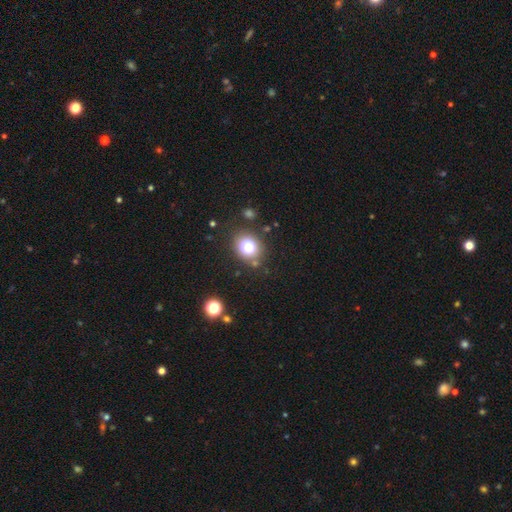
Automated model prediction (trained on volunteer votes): The model was most divided on "smooth or featured": smooth: 67%, star or artifact: 25%, featured or disk: 8%. More confident: merging — none (83%); how rounded — round (76%).